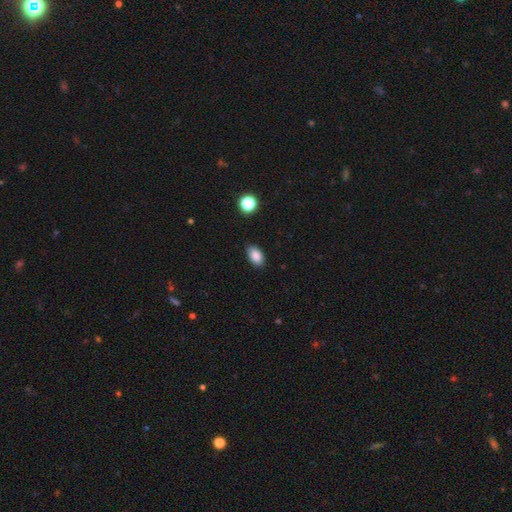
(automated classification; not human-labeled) A smooth galaxy with no disk features (87%) that is in between round and cigar-shaped (90%). Merging: none (86%).